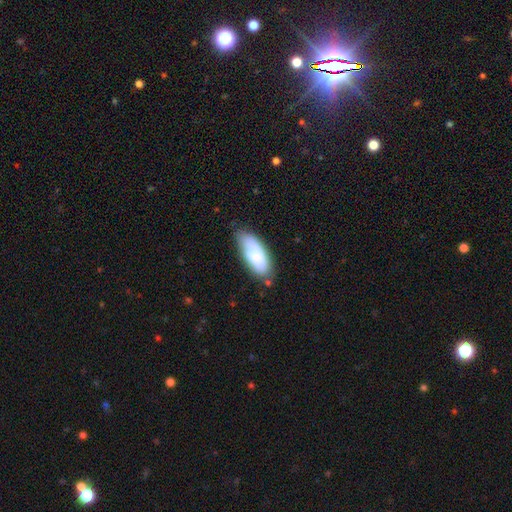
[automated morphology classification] This appears to be a smooth galaxy with no disk features (63%) that is in between round and cigar-shaped (83%). Merging: none (60%).